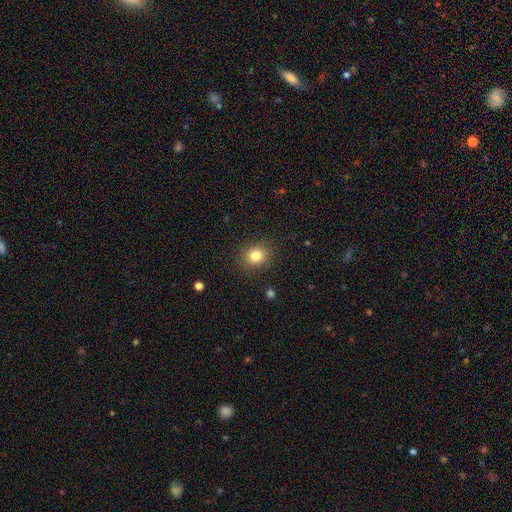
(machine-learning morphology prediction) Overall: smooth (82%). How rounded: round (76%). Merging: none (89%).